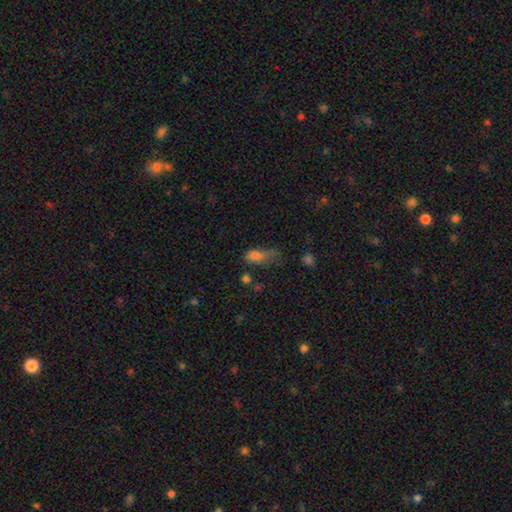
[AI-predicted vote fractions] smooth-or-featured: smooth: 75% | star or artifact: 13% | featured or disk: 11%
  how-rounded: in between: 79% | cigar-shaped: 15% | round: 6%
  merging: major disturbance: 35% | minor disturbance: 32% | none: 26% | merger: 7%